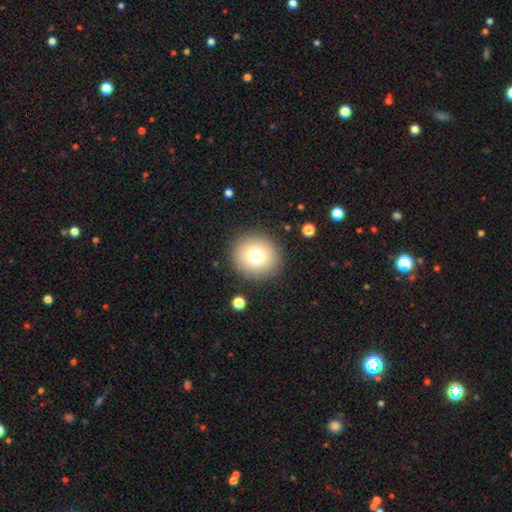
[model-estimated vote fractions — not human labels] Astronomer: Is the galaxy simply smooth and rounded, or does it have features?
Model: smooth — 74%.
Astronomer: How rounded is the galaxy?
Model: round — 91%.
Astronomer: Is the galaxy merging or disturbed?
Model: none — 89%.